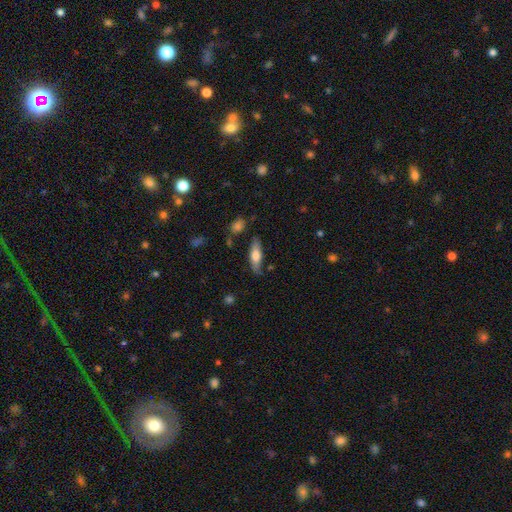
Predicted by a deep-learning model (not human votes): A smooth galaxy with no disk features (66%) that is in between round and cigar-shaped (50%).

Vote fractions:
- Smooth or featured? smooth: 66% / featured or disk: 28% / star or artifact: 6%
- How rounded? in between: 50% / cigar-shaped: 48% / round: 2%
- Merging? none: 74% / minor disturbance: 19% / major disturbance: 4% / merger: 3%